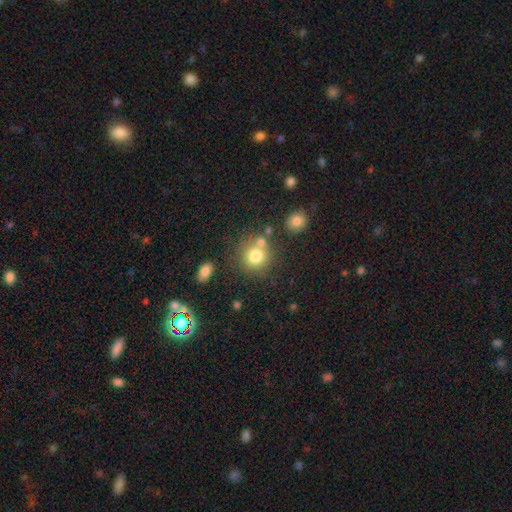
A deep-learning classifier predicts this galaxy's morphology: Smooth or featured: smooth — 77% (star or artifact — 13%)
How rounded: round — 88% (in between — 11%)
Merging: none — 64% (merger — 20%)